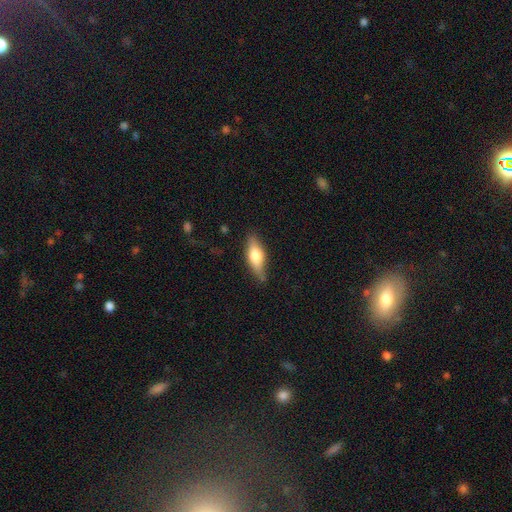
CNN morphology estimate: A smooth galaxy with no disk features (54%) that is in between round and cigar-shaped (60%). Merging: none (76%).